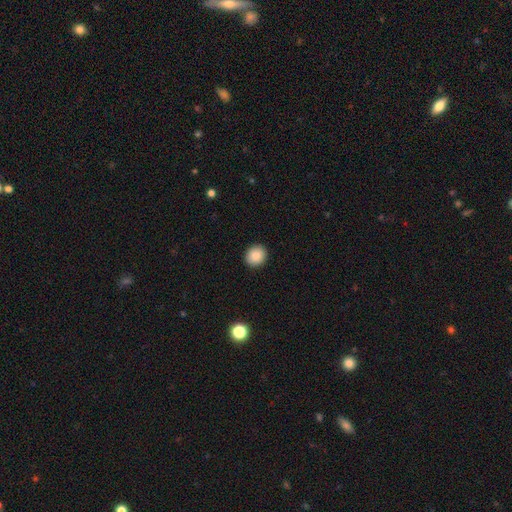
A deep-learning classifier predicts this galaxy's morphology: smooth-or-featured: smooth: 89% | star or artifact: 8% | featured or disk: 3%
  how-rounded: round: 79% | in between: 20% | cigar-shaped: 1%
  merging: none: 92% | minor disturbance: 6% | major disturbance: 2% | merger: 1%